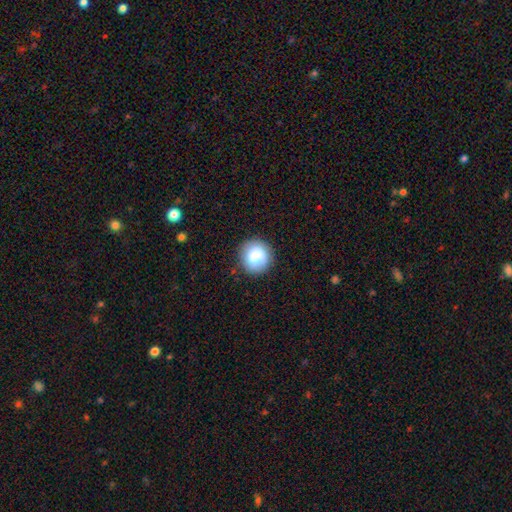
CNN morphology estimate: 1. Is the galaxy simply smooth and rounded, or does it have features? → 81% smooth, 11% featured or disk, 8% star or artifact.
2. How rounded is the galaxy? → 92% round, 7% in between, 1% cigar-shaped.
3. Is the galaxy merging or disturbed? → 81% none, 13% minor disturbance, 4% major disturbance, 2% merger.